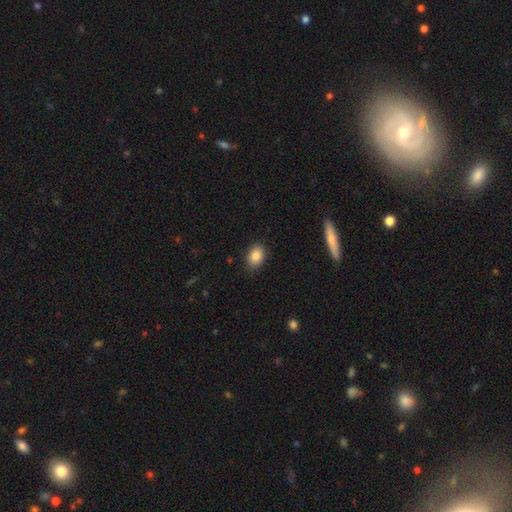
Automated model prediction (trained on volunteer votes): Smooth or featured?
  - smooth: 87% *
  - star or artifact: 8%
  - featured or disk: 5%
How rounded?
  - in between: 78% *
  - round: 21%
  - cigar-shaped: 1%
Merging?
  - none: 86% *
  - minor disturbance: 10%
  - major disturbance: 2%
  - merger: 1%